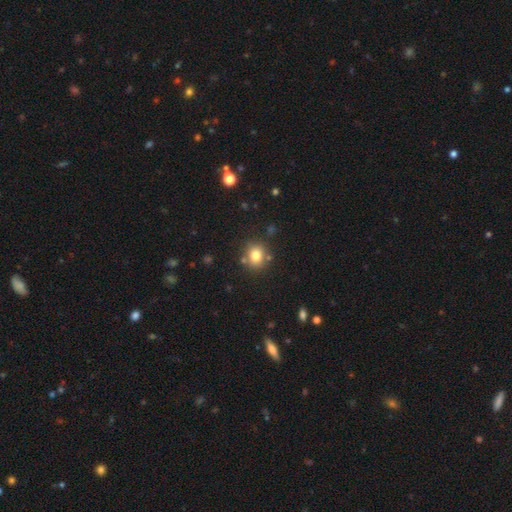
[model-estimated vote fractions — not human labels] This appears to be a smooth galaxy with no disk features (79%) that is round (78%). Merging: none (79%).